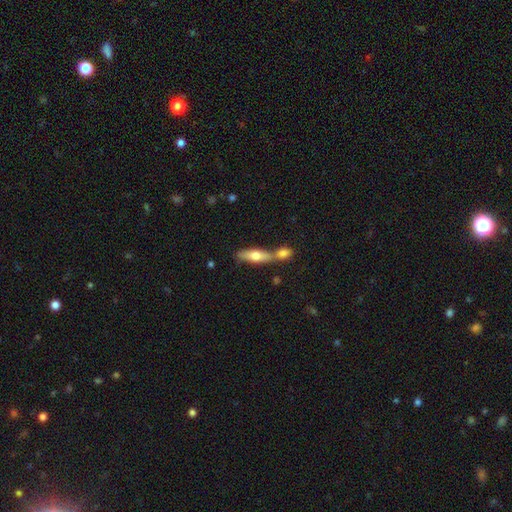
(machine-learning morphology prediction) type=smooth (60%); roundness=cigar-shaped (51%); merging=none (44%).